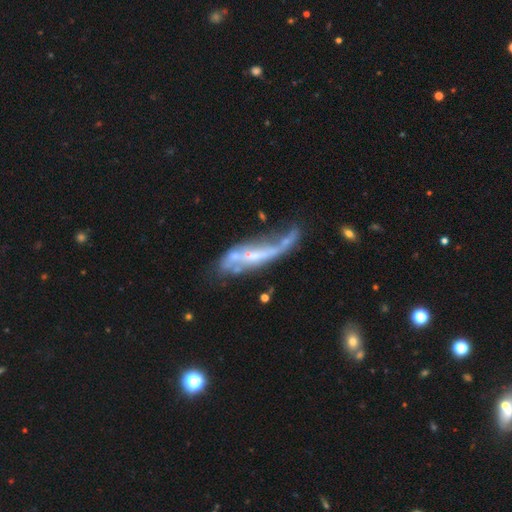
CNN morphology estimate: Smooth or featured: featured or disk — 71% (smooth — 21%)
Edge-on disk: no — 73% (yes — 27%)
Bar: no — 48% (weak — 29%)
Spiral arms: yes — 56% (no — 44%)
Bulge size: small — 44% (none — 31%)
Merging: major disturbance — 32% (none — 27%)